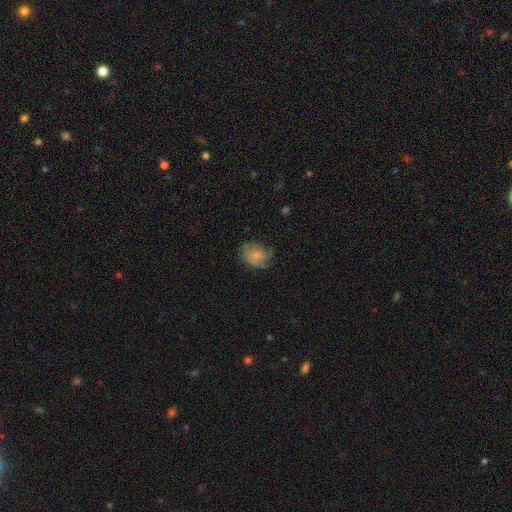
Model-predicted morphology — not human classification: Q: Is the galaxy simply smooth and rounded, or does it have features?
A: smooth — 63%.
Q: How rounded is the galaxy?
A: in between — 50%.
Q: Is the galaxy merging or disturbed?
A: none — 57%.